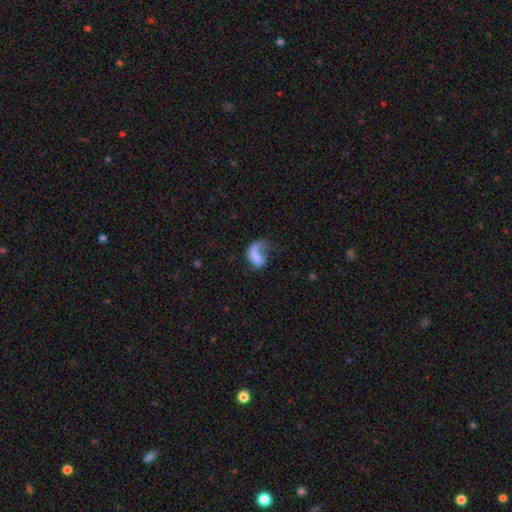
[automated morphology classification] A smooth galaxy with no disk features (53%) that is in between round and cigar-shaped (81%).

Vote fractions:
- Smooth or featured? smooth: 53% / featured or disk: 38% / star or artifact: 9%
- How rounded? in between: 81% / round: 16% / cigar-shaped: 3%
- Merging? major disturbance: 53% / none: 23% / minor disturbance: 16% / merger: 7%